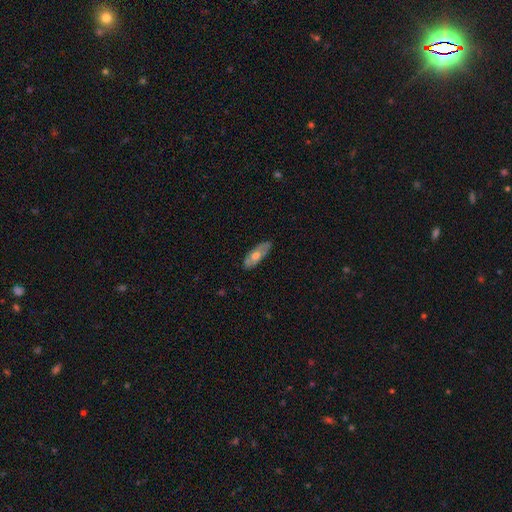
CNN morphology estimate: smooth_or_featured: smooth (p=0.51) [alt: featured or disk p=0.43]
how_rounded: in between (p=0.70) [alt: cigar-shaped p=0.27]
merging: none (p=0.82) [alt: minor disturbance p=0.14]